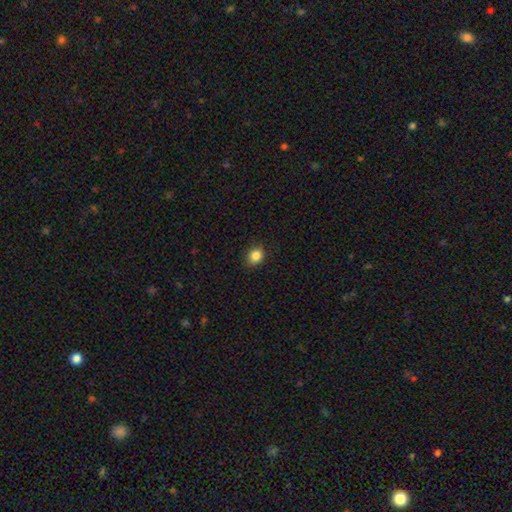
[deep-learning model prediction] Smooth or featured?
  - smooth: 86% *
  - star or artifact: 10%
  - featured or disk: 4%
How rounded?
  - round: 66% *
  - in between: 33%
  - cigar-shaped: 1%
Merging?
  - none: 87% *
  - minor disturbance: 10%
  - major disturbance: 2%
  - merger: 1%